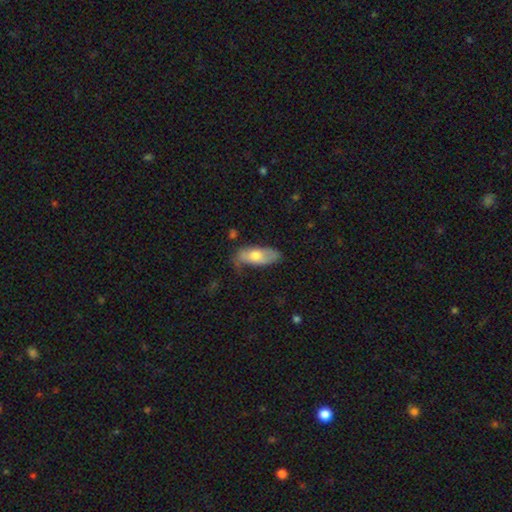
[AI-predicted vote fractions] Smooth or featured: smooth — 64% (featured or disk — 30%)
How rounded: in between — 82% (cigar-shaped — 15%)
Merging: none — 50% (minor disturbance — 34%)